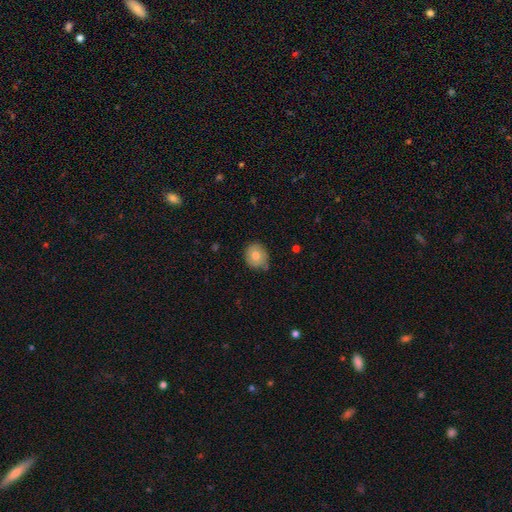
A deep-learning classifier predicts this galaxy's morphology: This appears to be a smooth galaxy with no disk features (70%) that is round (82%). Merging: none (71%).